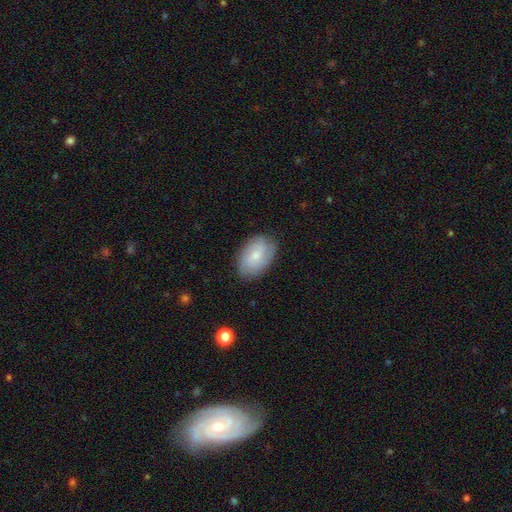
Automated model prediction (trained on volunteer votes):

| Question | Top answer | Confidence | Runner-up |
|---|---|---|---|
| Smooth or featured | smooth | 61% | featured or disk (32%) |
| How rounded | in between | 88% | round (11%) |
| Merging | none | 80% | minor disturbance (15%) |